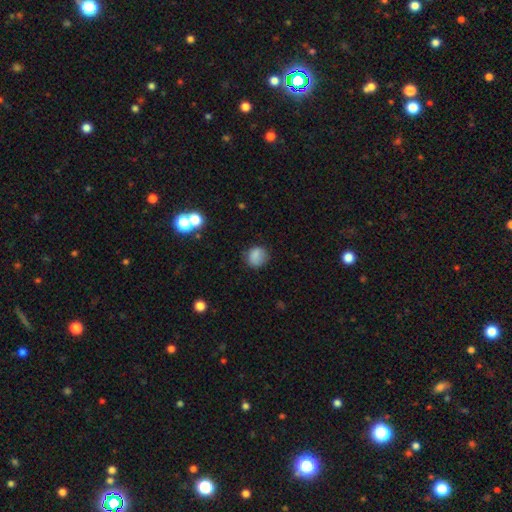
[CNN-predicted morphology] This appears to be a smooth galaxy with no disk features (83%) that is round (74%). Merging: none (75%).